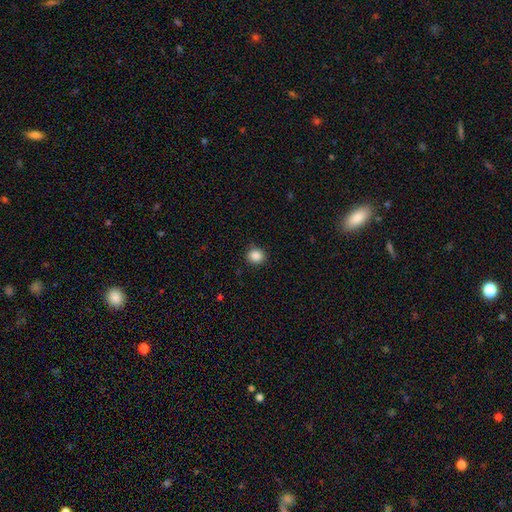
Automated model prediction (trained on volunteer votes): Smooth or featured?
  - smooth: 87% *
  - star or artifact: 10%
  - featured or disk: 3%
How rounded?
  - round: 84% *
  - in between: 15%
  - cigar-shaped: 1%
Merging?
  - none: 88% *
  - minor disturbance: 8%
  - major disturbance: 2%
  - merger: 1%